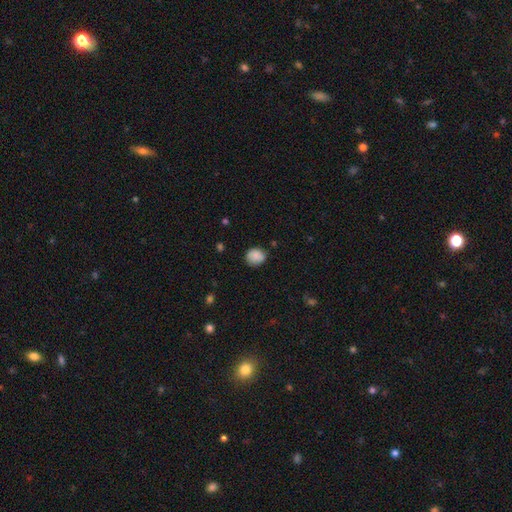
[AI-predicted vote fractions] smooth-or-featured: smooth: 87% | star or artifact: 8% | featured or disk: 5%
  how-rounded: round: 73% | in between: 26% | cigar-shaped: 1%
  merging: none: 76% | minor disturbance: 19% | major disturbance: 4% | merger: 1%